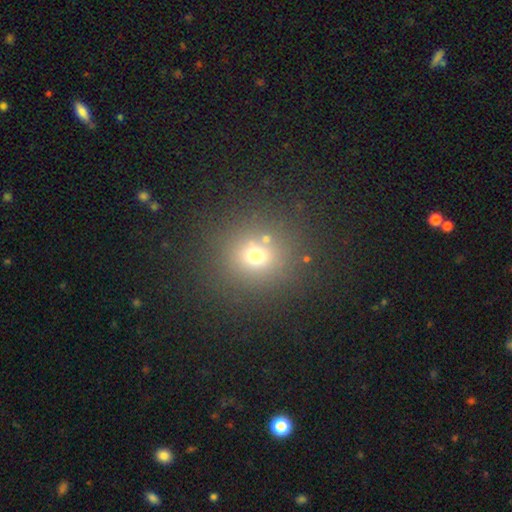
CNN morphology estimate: This appears to be a smooth galaxy with no disk features (67%) that is round (87%). Merging: none (80%).